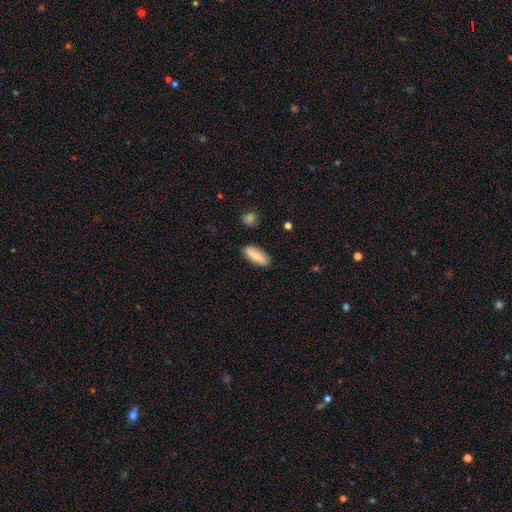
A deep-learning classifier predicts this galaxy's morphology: Smooth or featured? smooth (71%)
How rounded? in between (65%)
Merging? none (85%)